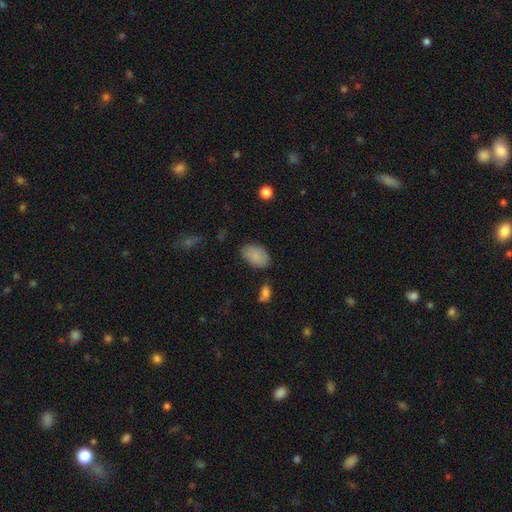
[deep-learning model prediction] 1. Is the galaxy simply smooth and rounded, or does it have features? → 86% smooth, 7% featured or disk, 7% star or artifact.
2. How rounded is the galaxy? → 92% in between, 7% round, 1% cigar-shaped.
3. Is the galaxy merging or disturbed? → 77% none, 17% minor disturbance, 4% major disturbance, 3% merger.